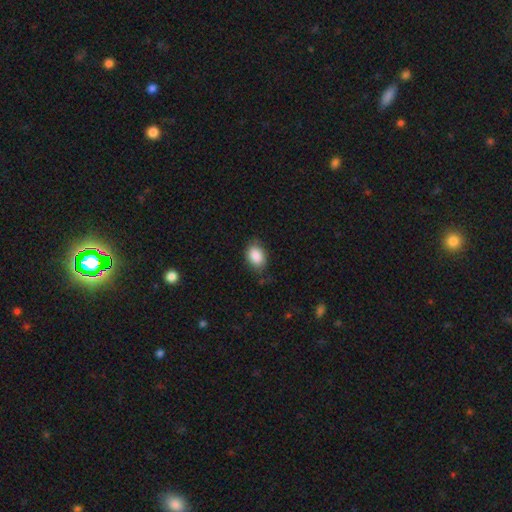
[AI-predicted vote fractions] Q: Smooth or featured?
A: smooth (87%); runner-up: star or artifact (7%)
Q: How rounded?
A: in between (80%); runner-up: round (19%)
Q: Merging?
A: none (74%); runner-up: minor disturbance (20%)